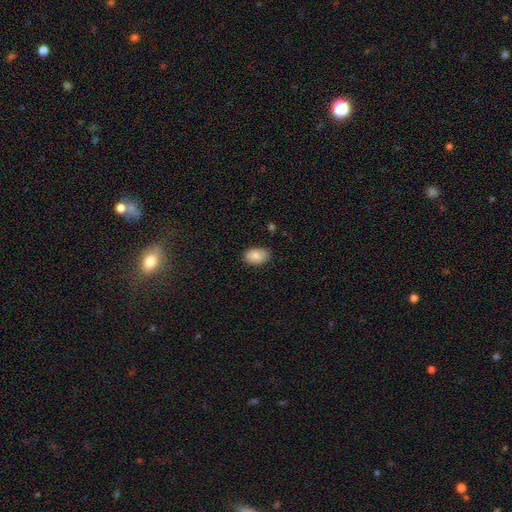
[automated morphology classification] Q: Smooth or featured?
A: smooth (83%); runner-up: featured or disk (10%)
Q: How rounded?
A: in between (89%); runner-up: round (10%)
Q: Merging?
A: none (80%); runner-up: minor disturbance (16%)